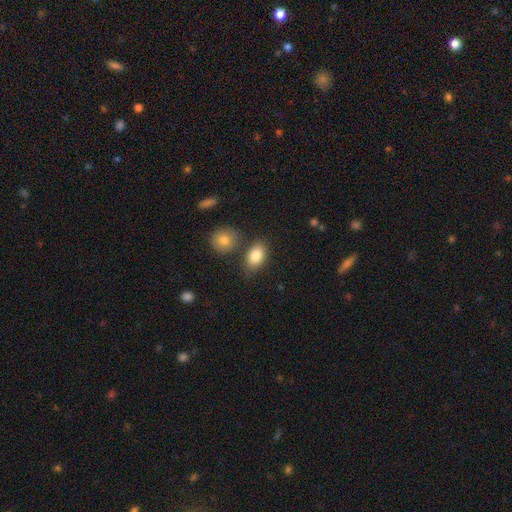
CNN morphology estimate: The model was most divided on "merging": none: 70%, minor disturbance: 13%, merger: 13%, major disturbance: 4%. More confident: how rounded — in between (86%); smooth or featured — smooth (84%).